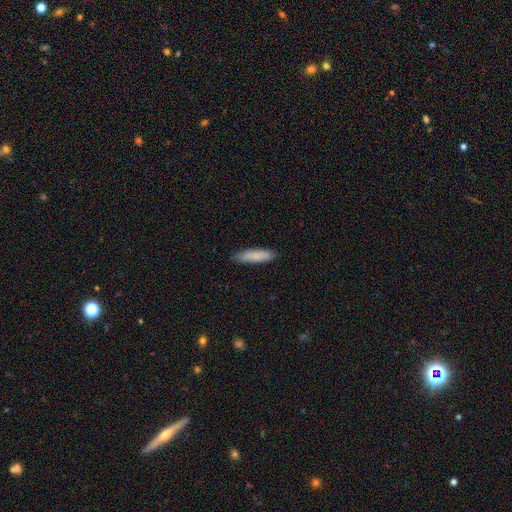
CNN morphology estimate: This is clearly a smooth galaxy (85%). How rounded: likely cigar-shaped (73%). Merging: clearly none (84%).